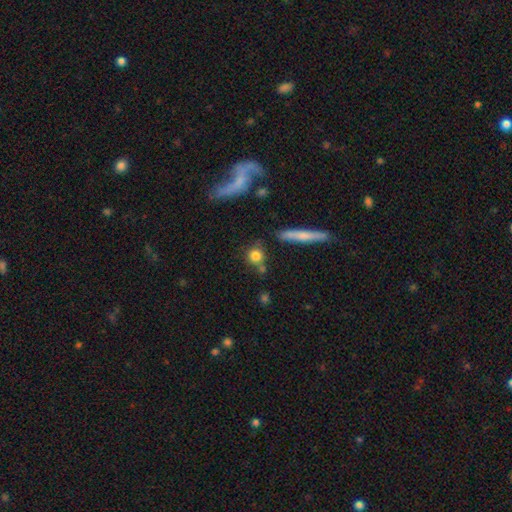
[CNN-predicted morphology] A smooth galaxy with no disk features (80%) that is round (74%). Merging: none (69%).